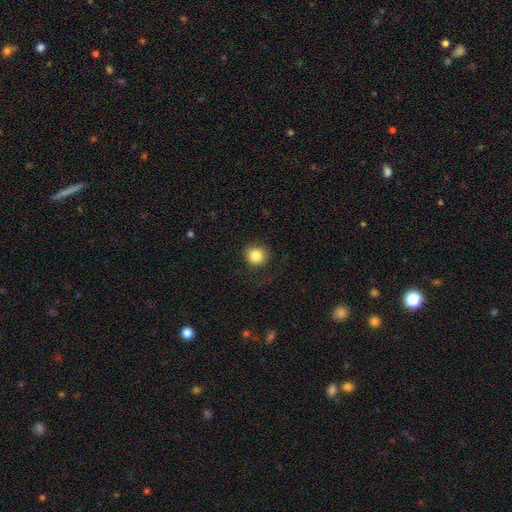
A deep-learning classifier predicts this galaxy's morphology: smooth 86%, star or artifact 10%, featured or disk 5%. Down the decision tree: how rounded — round (88%); merging — none (82%).